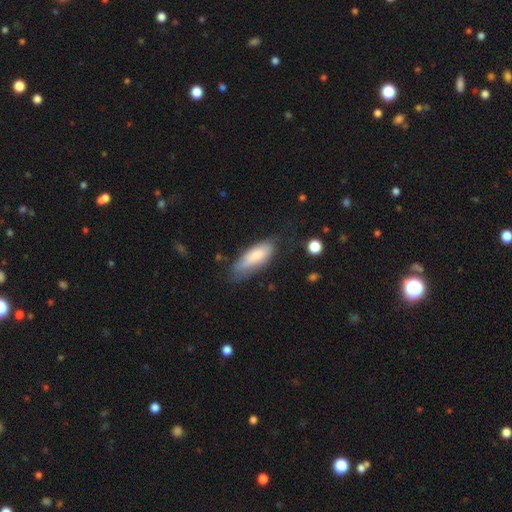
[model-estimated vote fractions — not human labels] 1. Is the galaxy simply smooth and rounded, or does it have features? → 75% smooth, 18% featured or disk, 6% star or artifact.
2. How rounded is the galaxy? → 68% in between, 30% cigar-shaped, 2% round.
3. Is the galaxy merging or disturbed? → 56% none, 30% minor disturbance, 11% major disturbance, 3% merger.